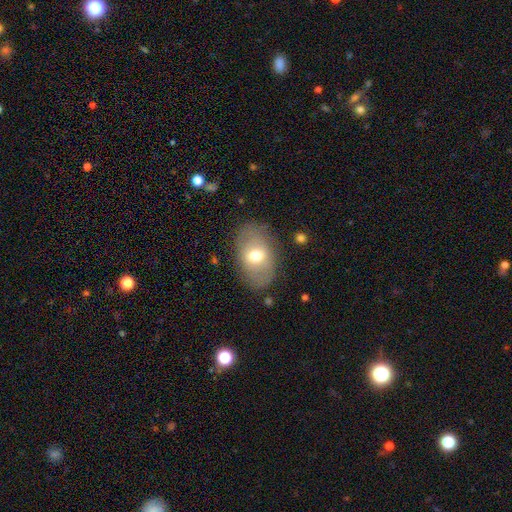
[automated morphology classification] Q: Smooth or featured?
A: smooth (59%); runner-up: featured or disk (33%)
Q: How rounded?
A: in between (86%); runner-up: round (13%)
Q: Merging?
A: none (81%); runner-up: minor disturbance (13%)